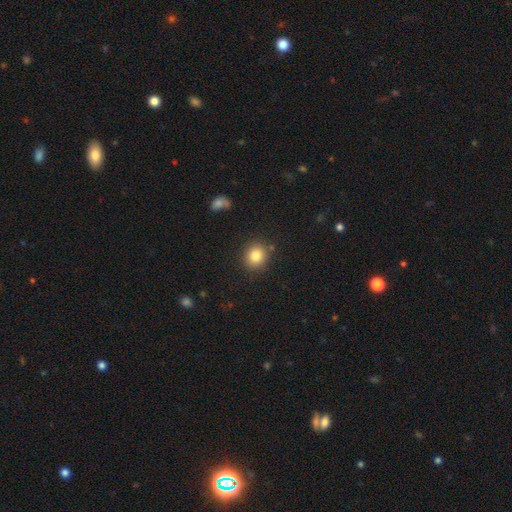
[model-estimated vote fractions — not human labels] smooth_or_featured: smooth (p=0.84) [alt: star or artifact p=0.10]
how_rounded: round (p=0.79) [alt: in between p=0.20]
merging: none (p=0.86) [alt: minor disturbance p=0.08]